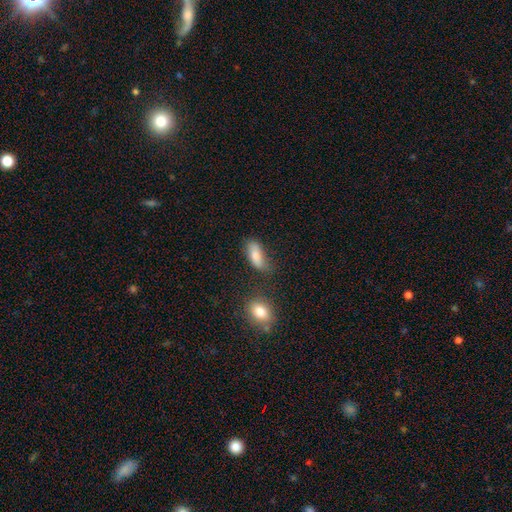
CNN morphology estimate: A smooth galaxy with no disk features (80%) that is in between round and cigar-shaped (80%).

Vote fractions:
- Smooth or featured? smooth: 80% / featured or disk: 12% / star or artifact: 8%
- How rounded? in between: 80% / cigar-shaped: 17% / round: 4%
- Merging? none: 57% / minor disturbance: 25% / merger: 10% / major disturbance: 8%